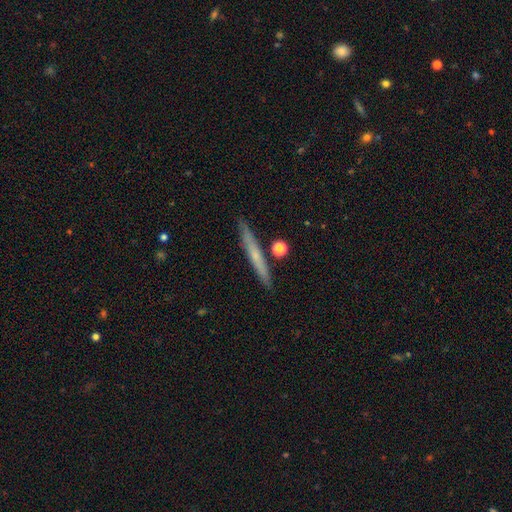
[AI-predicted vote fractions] A smooth galaxy with no disk features (51%) that is cigar-shaped (95%). Merging: none (87%).